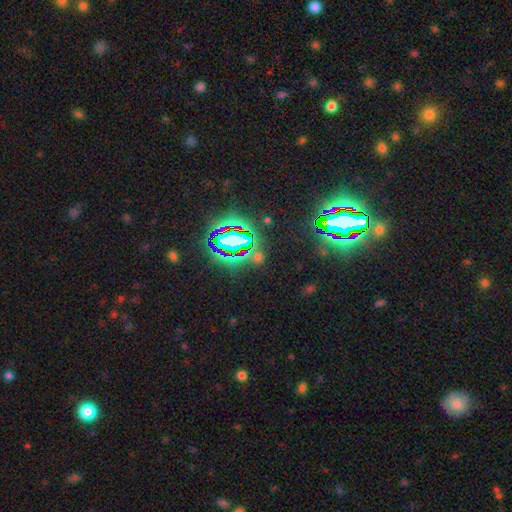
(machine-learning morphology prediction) type=star or artifact (76%).